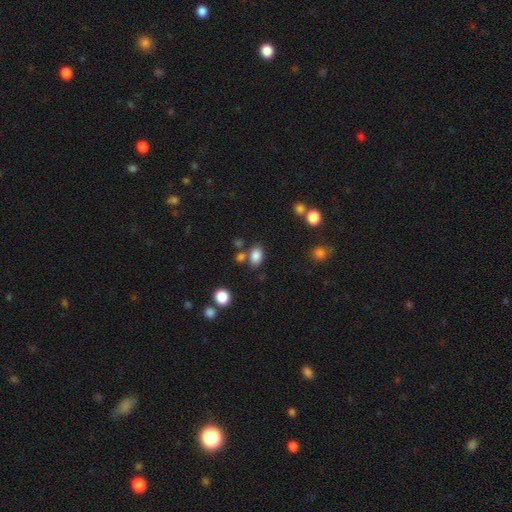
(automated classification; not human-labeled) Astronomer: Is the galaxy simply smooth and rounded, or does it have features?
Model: smooth — 84%.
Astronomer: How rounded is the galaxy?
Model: in between — 78%.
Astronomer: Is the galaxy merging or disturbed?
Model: none — 71%.